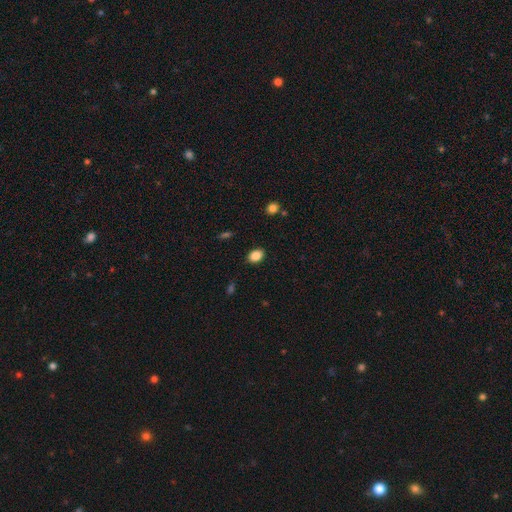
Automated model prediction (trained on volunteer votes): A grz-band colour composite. It shows a smooth galaxy with no disk features (87%) that is in between round and cigar-shaped (76%). Merging: none (87%).